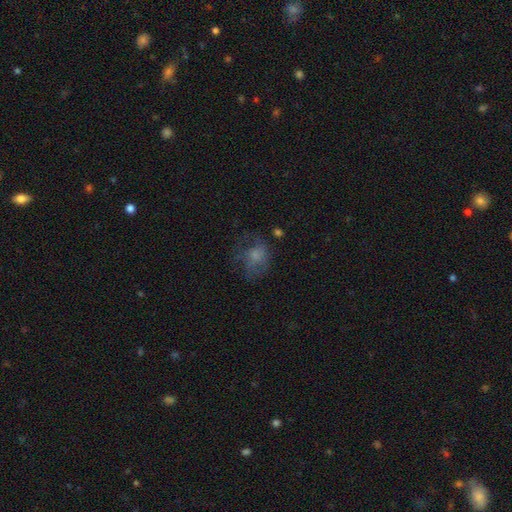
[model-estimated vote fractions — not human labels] Q: Smooth or featured?
A: smooth (58%); runner-up: featured or disk (27%)
Q: How rounded?
A: round (52%); runner-up: in between (47%)
Q: Merging?
A: none (43%); runner-up: major disturbance (32%)